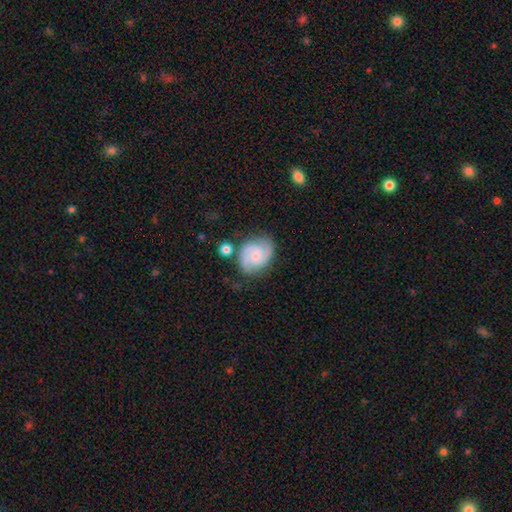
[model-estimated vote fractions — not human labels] Smooth or featured? Predicted: featured or disk (p=0.73). Edge-on disk? Predicted: no (p=0.98). Bar? Predicted: no (p=0.64). Spiral arms? Predicted: yes (p=0.95). Spiral winding? Predicted: medium (p=0.46). Spiral arm count? Predicted: 2 (p=0.70). Bulge size? Predicted: small (p=0.58). Merging? Predicted: none (p=0.69).